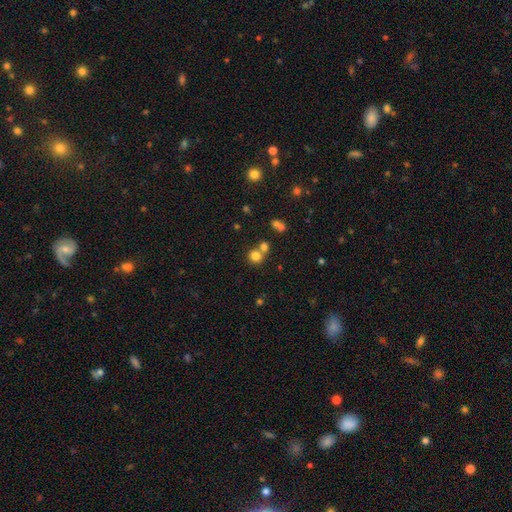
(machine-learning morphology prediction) smooth-or-featured: smooth: 77% | star or artifact: 14% | featured or disk: 8%
  how-rounded: round: 88% | in between: 11% | cigar-shaped: 1%
  merging: none: 57% | merger: 34% | minor disturbance: 7% | major disturbance: 3%